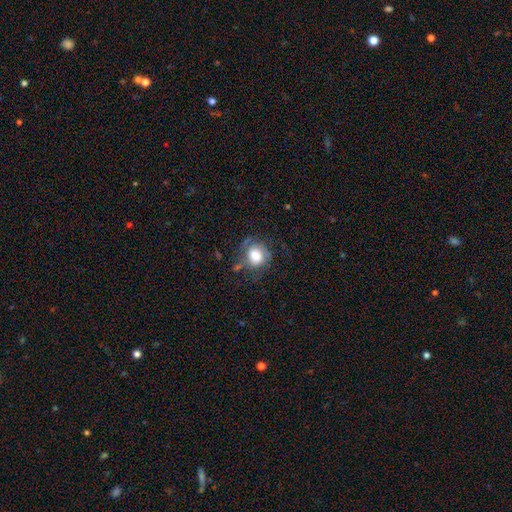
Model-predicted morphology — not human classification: Smooth or featured? smooth (61%)
How rounded? round (74%)
Merging? none (51%)